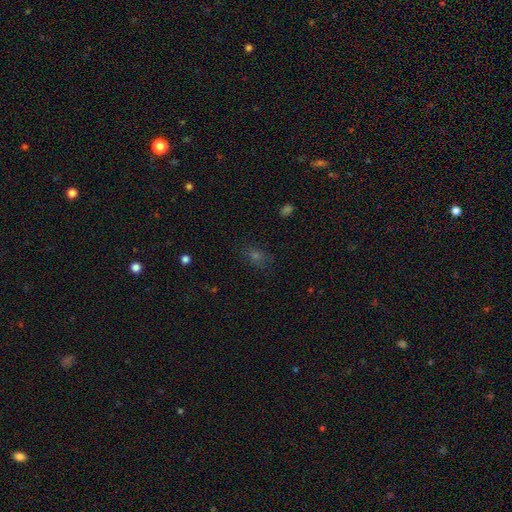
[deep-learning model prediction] Q: Smooth or featured?
A: smooth (47%); runner-up: star or artifact (38%)
Q: Merging?
A: none (80%); runner-up: minor disturbance (13%)